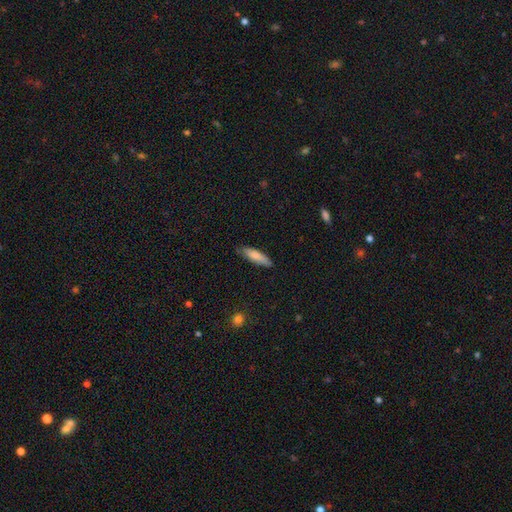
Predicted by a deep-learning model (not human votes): Morphology: type=smooth (82%); roundness=cigar-shaped (66%); merging=none (80%).